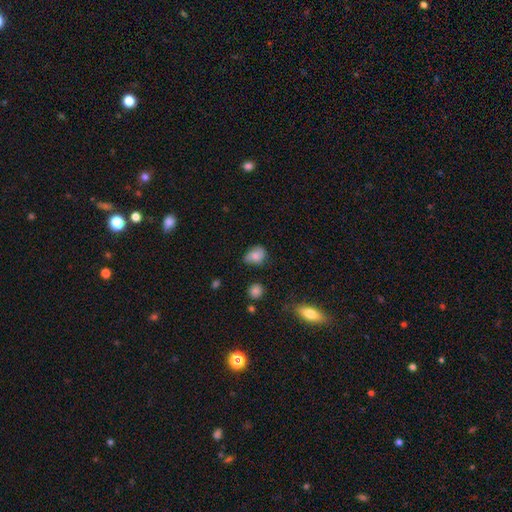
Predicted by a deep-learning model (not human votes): A smooth galaxy with no disk features (69%) that is in between round and cigar-shaped (59%). Merging: none (54%).